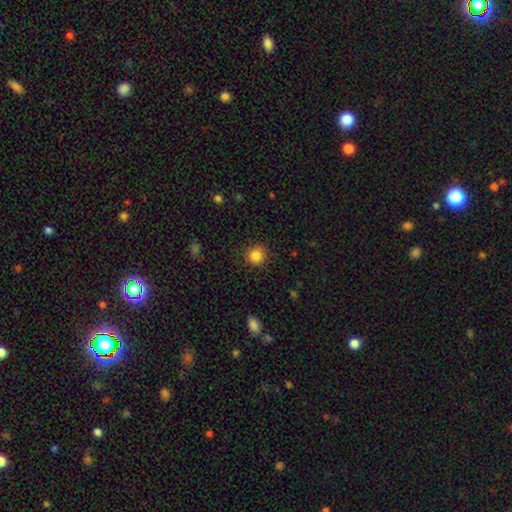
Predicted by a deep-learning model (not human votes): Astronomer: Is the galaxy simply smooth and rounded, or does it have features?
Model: smooth — 85%.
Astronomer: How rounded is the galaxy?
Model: round — 91%.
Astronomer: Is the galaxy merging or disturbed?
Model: none — 88%.